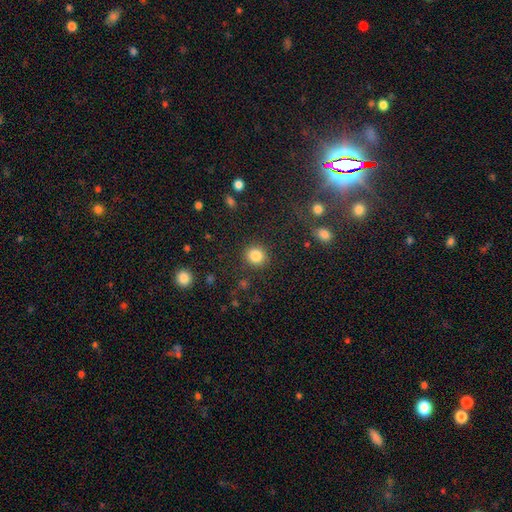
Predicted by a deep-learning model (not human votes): Smooth or featured: smooth — 85% (star or artifact — 10%)
How rounded: round — 87% (in between — 12%)
Merging: none — 88% (minor disturbance — 7%)